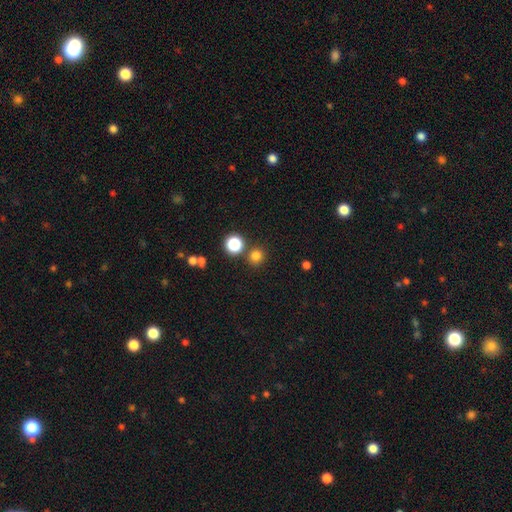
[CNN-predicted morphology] type=smooth (78%); roundness=round (91%); merging=none (84%).